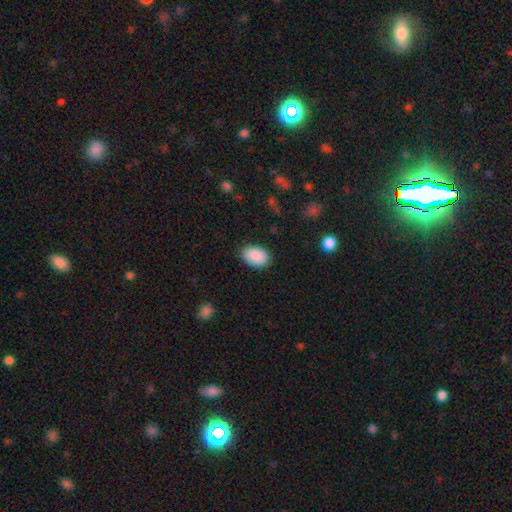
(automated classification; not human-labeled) Smooth or featured? Predicted: smooth (p=0.90). How rounded? Predicted: in between (p=0.90). Merging? Predicted: none (p=0.88).